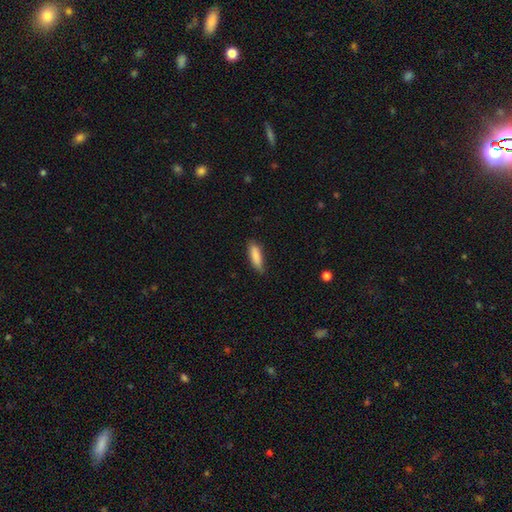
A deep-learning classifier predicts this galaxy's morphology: This is clearly a smooth galaxy (87%). How rounded: possibly cigar-shaped (54%). Merging: likely none (75%).